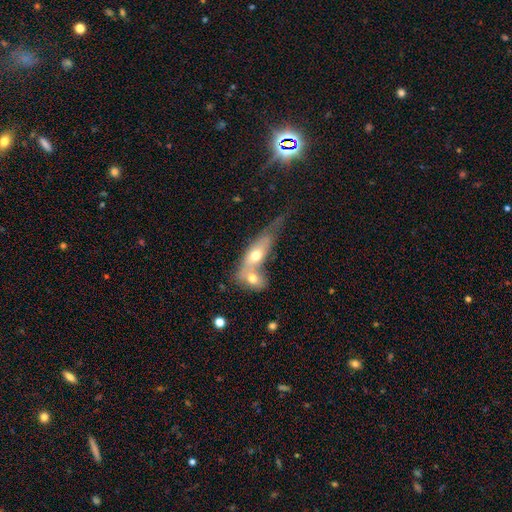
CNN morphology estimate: This appears to be a smooth galaxy with no disk features (55%) that is in between round and cigar-shaped (56%). Merging: merger (64%).